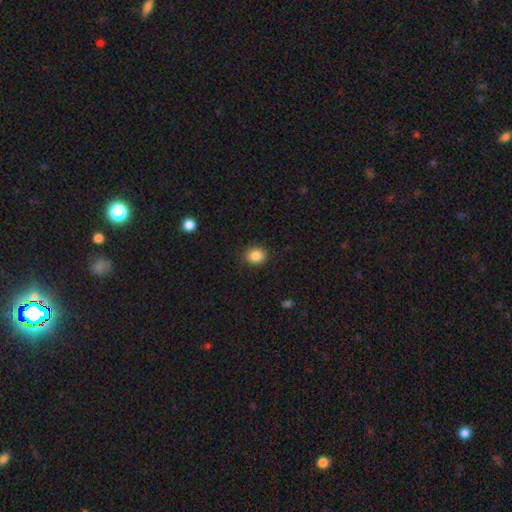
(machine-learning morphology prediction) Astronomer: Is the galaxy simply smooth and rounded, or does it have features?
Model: smooth — 87%.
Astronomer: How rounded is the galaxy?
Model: round — 68%.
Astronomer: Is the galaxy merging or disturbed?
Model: none — 88%.